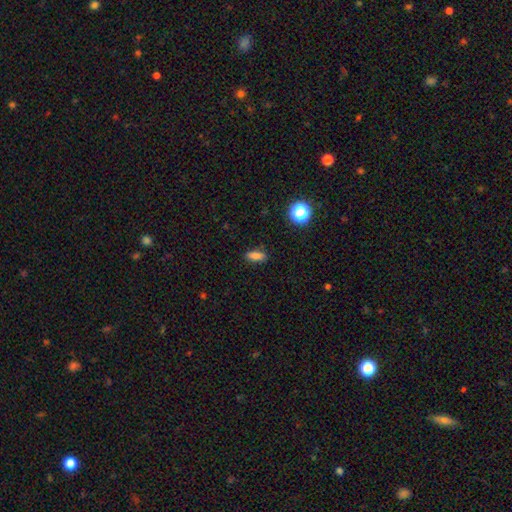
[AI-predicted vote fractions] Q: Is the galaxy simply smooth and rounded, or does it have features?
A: smooth — 80%.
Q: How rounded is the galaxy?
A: in between — 65%.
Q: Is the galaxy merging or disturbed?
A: none — 87%.